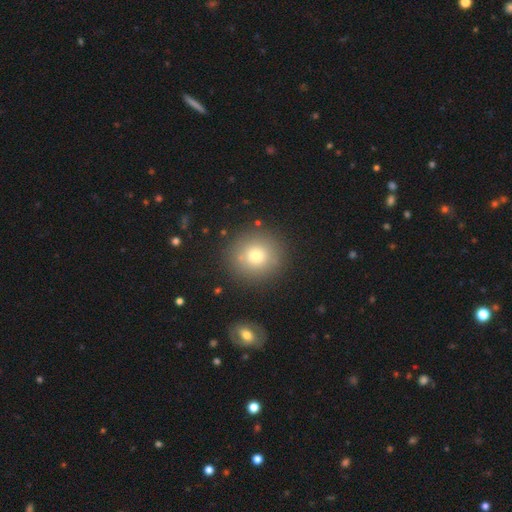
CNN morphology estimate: The model was most divided on "smooth or featured": smooth: 75%, star or artifact: 13%, featured or disk: 12%. More confident: how rounded — round (92%); merging — none (85%).